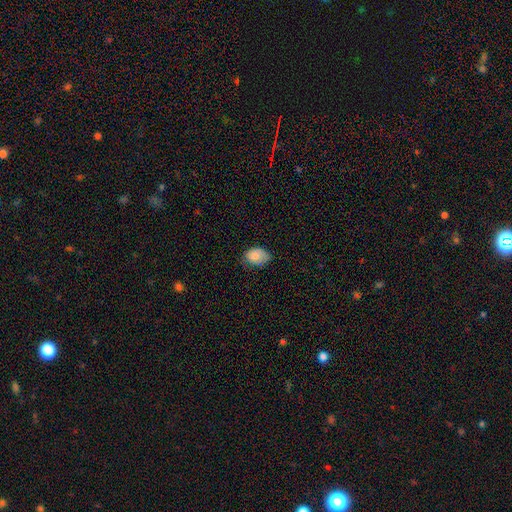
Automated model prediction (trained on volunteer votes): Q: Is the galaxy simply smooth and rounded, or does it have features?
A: smooth — 84%.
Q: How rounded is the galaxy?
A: in between — 80%.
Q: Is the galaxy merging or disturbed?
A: none — 55%.